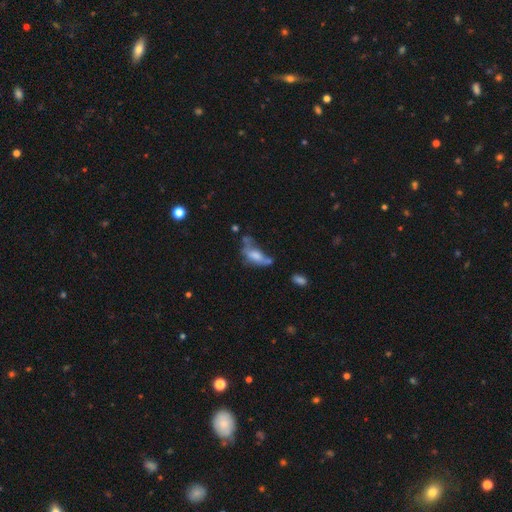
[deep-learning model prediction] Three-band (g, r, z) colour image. It shows a smooth galaxy with no disk features (50%) that is in between round and cigar-shaped (76%). Merging: major disturbance (32%).